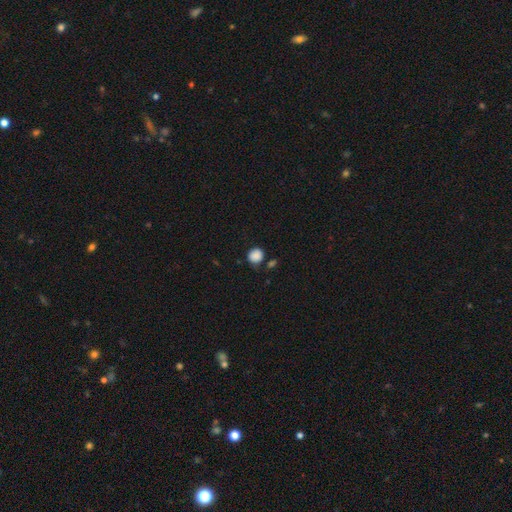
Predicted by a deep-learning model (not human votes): Q: Smooth or featured?
A: smooth (87%); runner-up: star or artifact (9%)
Q: How rounded?
A: round (84%); runner-up: in between (16%)
Q: Merging?
A: none (75%); runner-up: minor disturbance (14%)